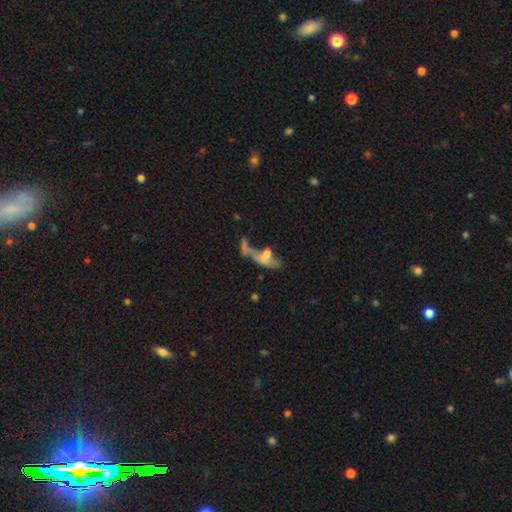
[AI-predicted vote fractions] Smooth or featured: featured or disk — 43% (smooth — 32%)
Merging: merger — 36% (none — 31%)